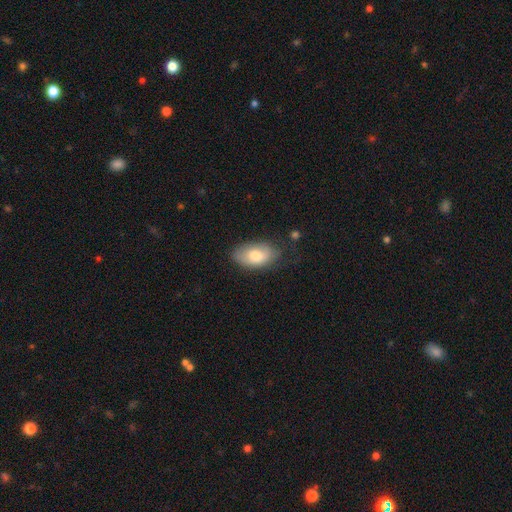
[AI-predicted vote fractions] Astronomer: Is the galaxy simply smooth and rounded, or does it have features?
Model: smooth — 75%.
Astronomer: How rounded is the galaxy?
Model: in between — 93%.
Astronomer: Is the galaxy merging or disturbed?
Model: none — 69%.